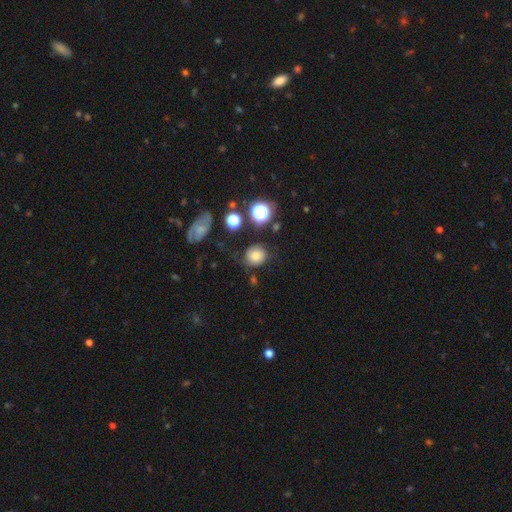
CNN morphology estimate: smooth_or_featured: smooth (p=0.69) [alt: featured or disk p=0.15]
how_rounded: round (p=0.80) [alt: in between p=0.19]
merging: none (p=0.69) [alt: minor disturbance p=0.19]